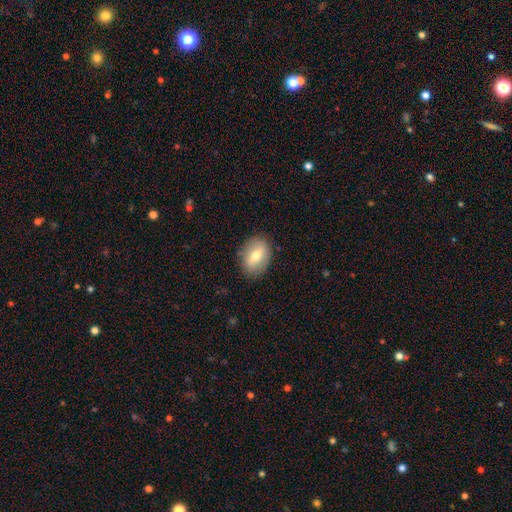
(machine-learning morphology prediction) Q: Smooth or featured?
A: smooth (62%); runner-up: featured or disk (31%)
Q: How rounded?
A: in between (72%); runner-up: round (26%)
Q: Merging?
A: none (85%); runner-up: minor disturbance (11%)